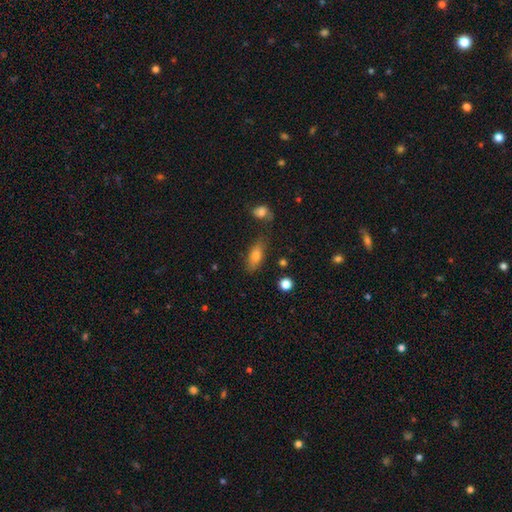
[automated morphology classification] A smooth galaxy with no disk features (76%) that is in between round and cigar-shaped (81%). Merging: none (70%).